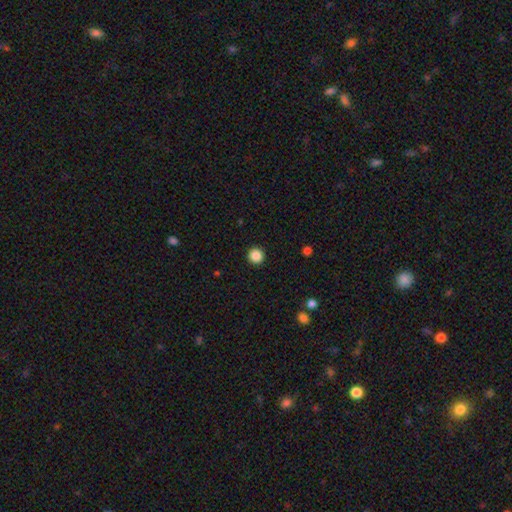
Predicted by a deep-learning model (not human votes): smooth-or-featured: smooth: 87% | star or artifact: 10% | featured or disk: 3%
  how-rounded: round: 96% | in between: 3% | cigar-shaped: 1%
  merging: none: 94% | minor disturbance: 4% | major disturbance: 2% | merger: 1%